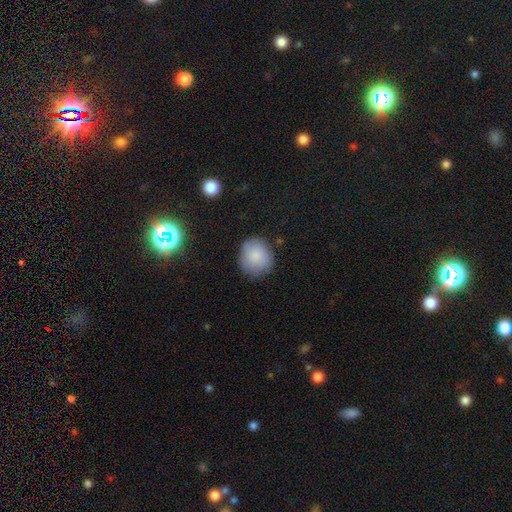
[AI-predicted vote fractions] Overall: smooth (85%). How rounded: round (81%). Merging: none (78%).